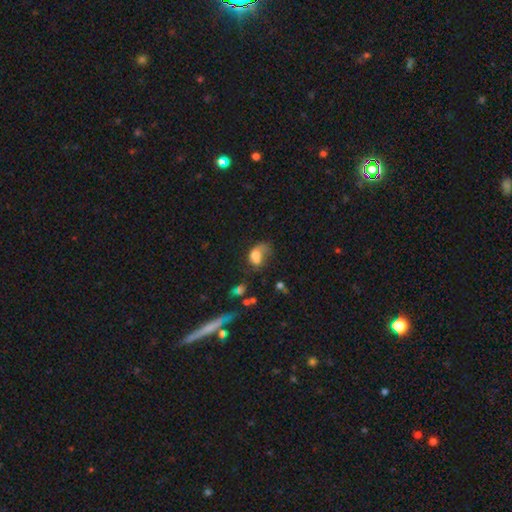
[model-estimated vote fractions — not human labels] smooth-or-featured: smooth: 61% | featured or disk: 28% | star or artifact: 12%
  how-rounded: in between: 75% | round: 23% | cigar-shaped: 2%
  merging: major disturbance: 39% | none: 24% | minor disturbance: 21% | merger: 16%